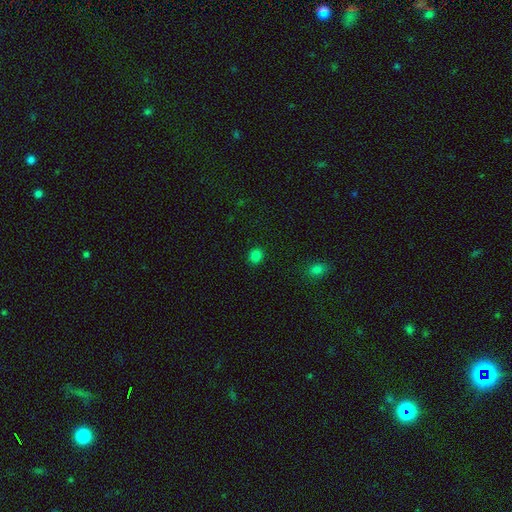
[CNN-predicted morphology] Smooth or featured?
  - smooth: 83% *
  - star or artifact: 14%
  - featured or disk: 3%
How rounded?
  - round: 76% *
  - in between: 23%
  - cigar-shaped: 1%
Merging?
  - none: 90% *
  - minor disturbance: 7%
  - major disturbance: 2%
  - merger: 1%